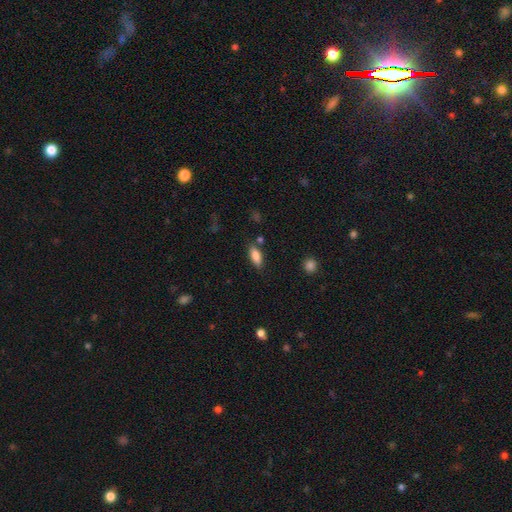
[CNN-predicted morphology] A smooth galaxy with no disk features (83%) that is in between round and cigar-shaped (79%). Merging: none (78%).